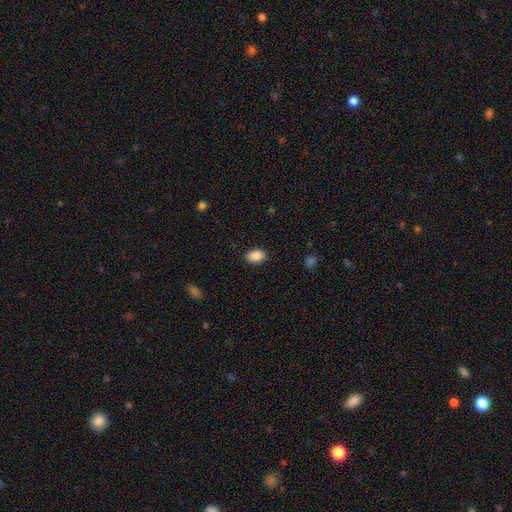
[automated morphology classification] smooth-or-featured: smooth: 89% | star or artifact: 7% | featured or disk: 3%
  how-rounded: in between: 89% | round: 10% | cigar-shaped: 1%
  merging: none: 89% | minor disturbance: 8% | major disturbance: 2% | merger: 1%